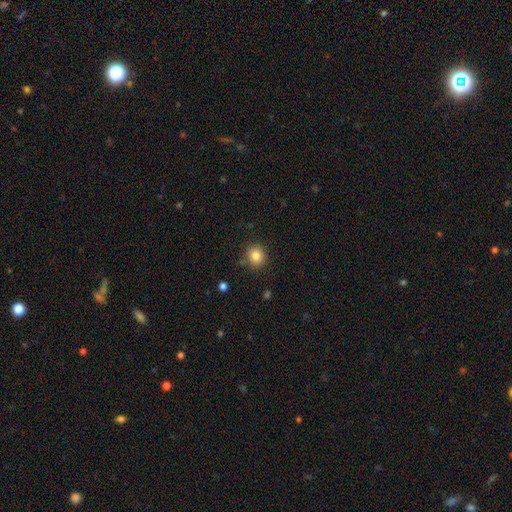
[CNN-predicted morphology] This appears to be a smooth galaxy with no disk features (83%) that is round (88%). Merging: none (87%).